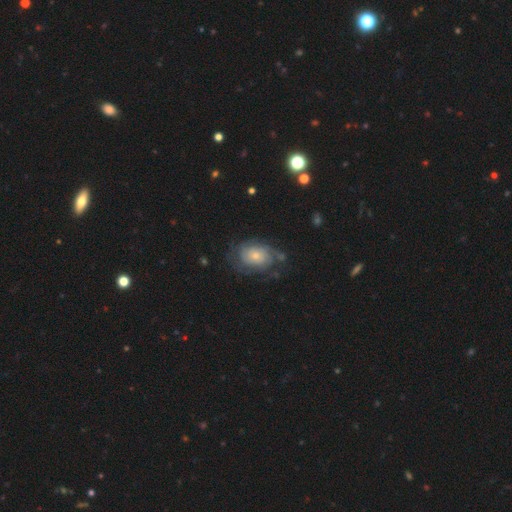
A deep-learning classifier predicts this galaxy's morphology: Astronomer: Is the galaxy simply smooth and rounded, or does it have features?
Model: featured or disk — 69%.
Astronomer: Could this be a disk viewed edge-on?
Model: no — 97%.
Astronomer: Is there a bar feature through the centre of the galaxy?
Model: no — 80%.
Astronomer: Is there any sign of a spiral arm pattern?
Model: yes — 86%.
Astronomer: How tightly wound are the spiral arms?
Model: tight — 61%.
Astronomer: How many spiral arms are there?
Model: can't tell — 48%.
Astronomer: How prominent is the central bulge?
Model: small — 57% (runner-up: moderate, 34%).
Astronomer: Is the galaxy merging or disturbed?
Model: none — 60%.